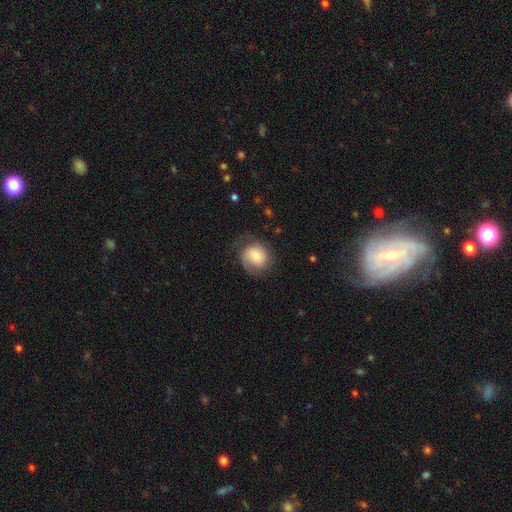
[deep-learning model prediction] smooth-or-featured: smooth: 51% | featured or disk: 41% | star or artifact: 8%
  how-rounded: round: 78% | in between: 21% | cigar-shaped: 1%
  merging: none: 63% | minor disturbance: 22% | major disturbance: 14% | merger: 1%